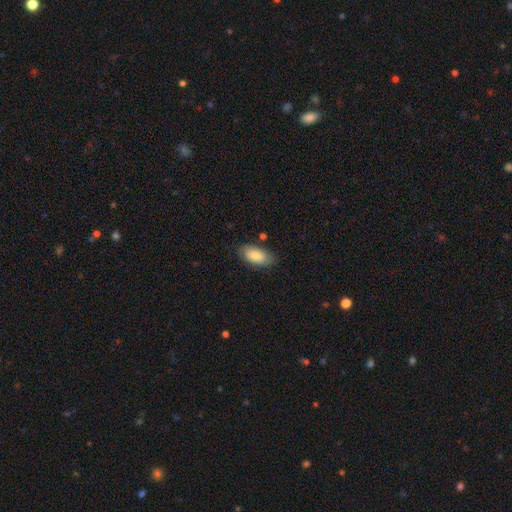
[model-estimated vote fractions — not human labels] smooth-or-featured: smooth: 80% | featured or disk: 14% | star or artifact: 6%
  how-rounded: in between: 93% | cigar-shaped: 4% | round: 3%
  merging: none: 78% | minor disturbance: 16% | major disturbance: 3% | merger: 2%